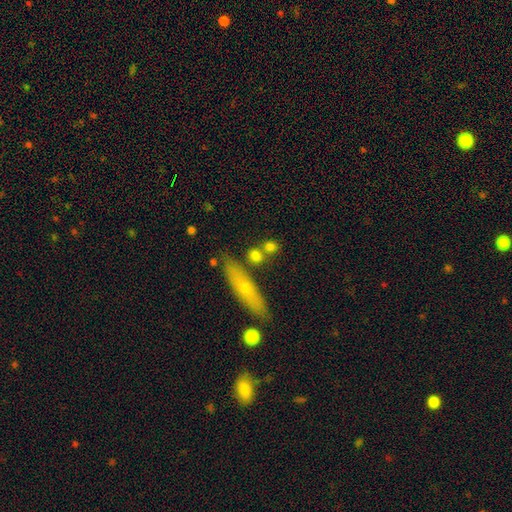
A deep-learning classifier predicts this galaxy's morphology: Smooth or featured: smooth — 74% (featured or disk — 16%)
How rounded: round — 59% (in between — 23%)
Merging: none — 67% (merger — 18%)